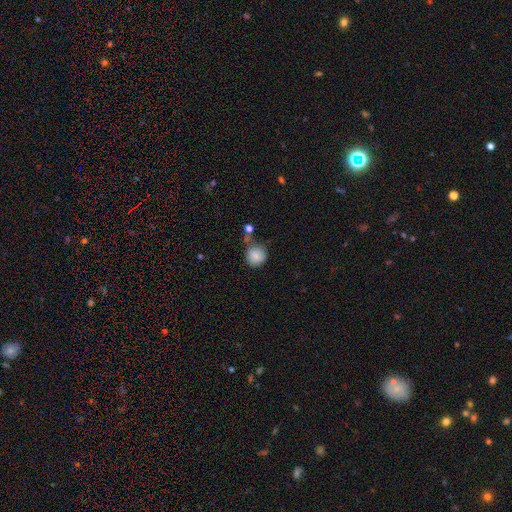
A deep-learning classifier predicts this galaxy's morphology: Smooth or featured: smooth — 81% (featured or disk — 10%)
How rounded: round — 89% (in between — 10%)
Merging: none — 58% (minor disturbance — 22%)